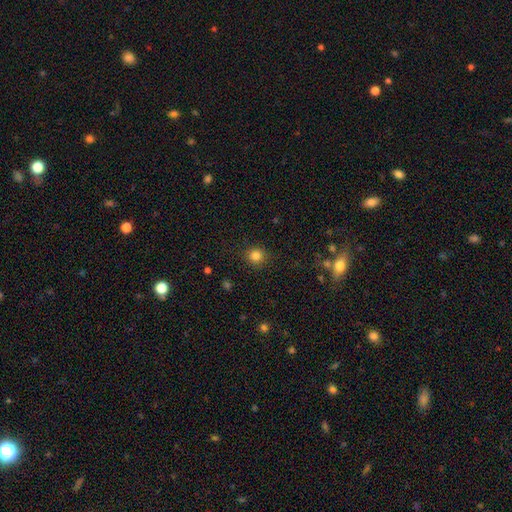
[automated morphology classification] smooth_or_featured: smooth (p=0.83) [alt: star or artifact p=0.13]
how_rounded: round (p=0.91) [alt: in between p=0.08]
merging: none (p=0.88) [alt: minor disturbance p=0.08]